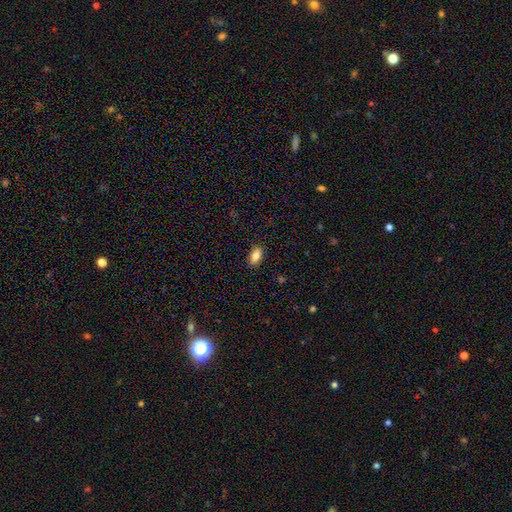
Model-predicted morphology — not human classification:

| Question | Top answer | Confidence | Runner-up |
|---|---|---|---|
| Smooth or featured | smooth | 86% | star or artifact (8%) |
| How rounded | in between | 90% | cigar-shaped (5%) |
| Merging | none | 86% | minor disturbance (11%) |